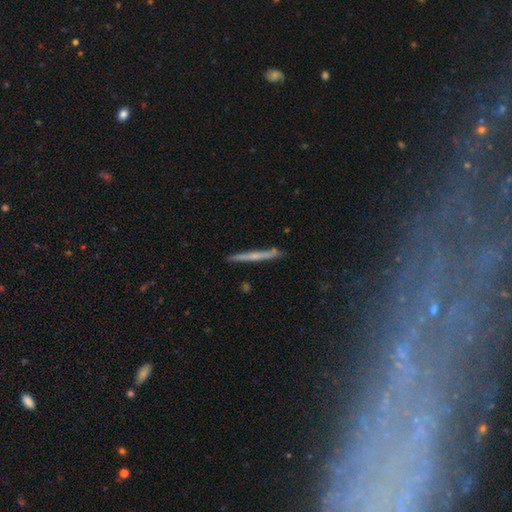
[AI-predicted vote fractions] Smooth or featured?
  - featured or disk: 60% *
  - smooth: 33%
  - star or artifact: 7%
Edge-on disk?
  - yes: 97% *
  - no: 3%
Edge-on bulge?
  - none: 55% *
  - rounded: 38%
  - boxy: 7%
Merging?
  - none: 88% *
  - minor disturbance: 9%
  - major disturbance: 2%
  - merger: 2%